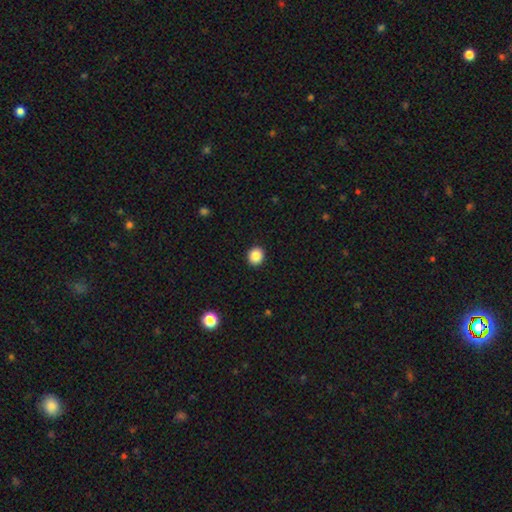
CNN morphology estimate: This is clearly a smooth galaxy (87%). How rounded: clearly round (84%). Merging: clearly none (93%).